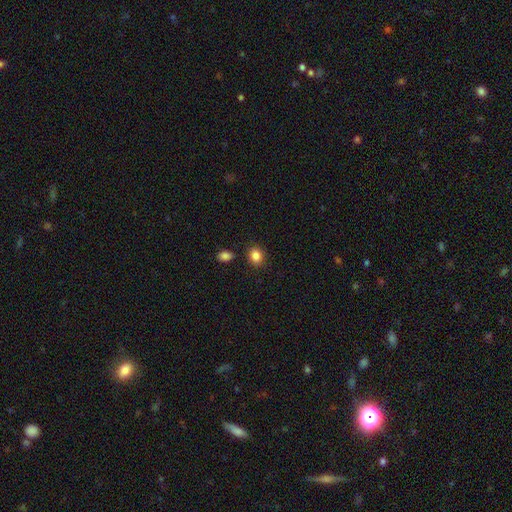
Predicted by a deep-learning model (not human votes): This appears to be a smooth galaxy with no disk features (86%) that is round (57%). Merging: none (85%).